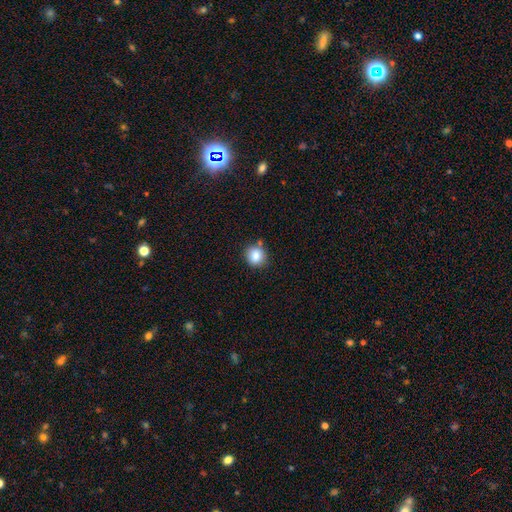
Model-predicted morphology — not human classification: smooth-or-featured: smooth: 85% | star or artifact: 9% | featured or disk: 5%
  how-rounded: round: 85% | in between: 14% | cigar-shaped: 1%
  merging: none: 76% | minor disturbance: 14% | merger: 7% | major disturbance: 3%